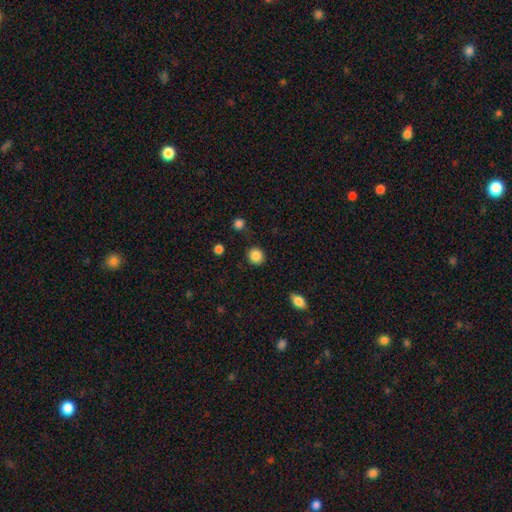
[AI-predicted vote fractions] smooth_or_featured: smooth (p=0.87) [alt: star or artifact p=0.10]
how_rounded: round (p=0.88) [alt: in between p=0.11]
merging: none (p=0.86) [alt: minor disturbance p=0.09]